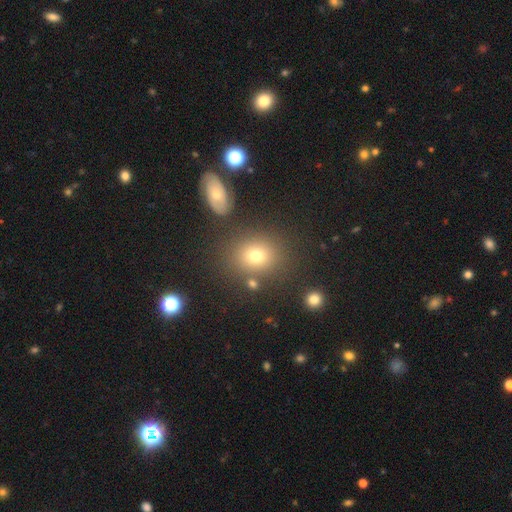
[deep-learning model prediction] Smooth or featured: smooth — 72% (star or artifact — 16%)
How rounded: round — 62% (in between — 37%)
Merging: none — 79% (minor disturbance — 10%)